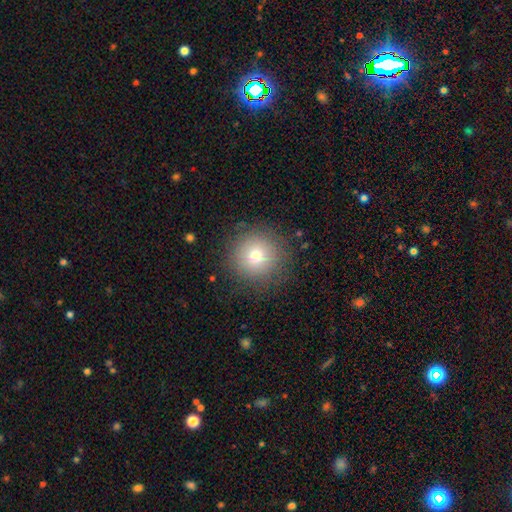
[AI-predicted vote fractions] Overall: smooth (74%). How rounded: round (96%). Merging: none (88%).